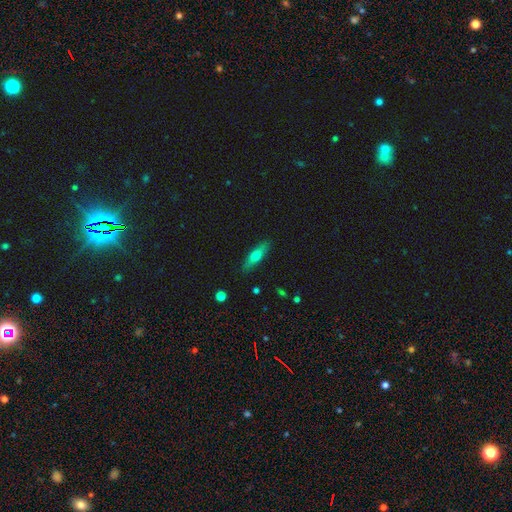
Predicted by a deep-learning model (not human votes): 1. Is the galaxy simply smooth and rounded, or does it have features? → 59% smooth, 34% featured or disk, 6% star or artifact.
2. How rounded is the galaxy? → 64% cigar-shaped, 34% in between, 3% round.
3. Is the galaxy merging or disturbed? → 87% none, 10% minor disturbance, 2% major disturbance, 1% merger.